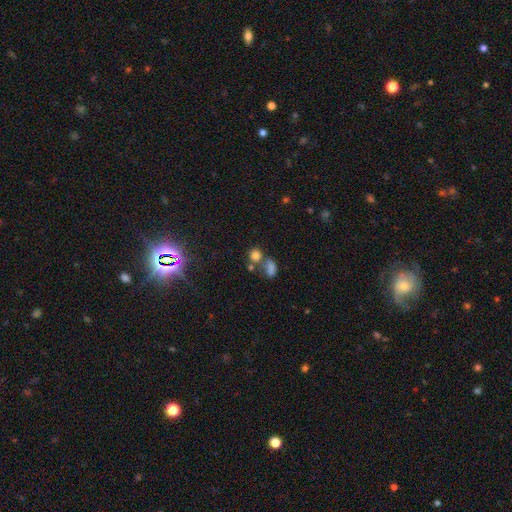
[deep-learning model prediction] smooth 75%, star or artifact 17%, featured or disk 8%. Down the decision tree: how rounded — round (74%); merging — none (47%).